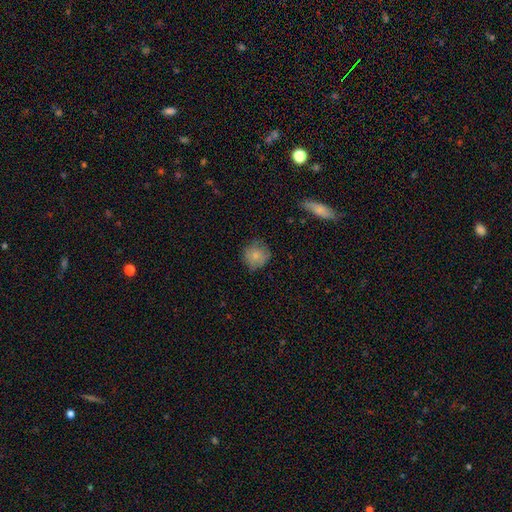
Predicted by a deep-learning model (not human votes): A smooth galaxy with no disk features (80%) that is round (89%).

Vote fractions:
- Smooth or featured? smooth: 80% / featured or disk: 12% / star or artifact: 8%
- How rounded? round: 89% / in between: 10% / cigar-shaped: 1%
- Merging? none: 72% / minor disturbance: 21% / major disturbance: 5% / merger: 1%